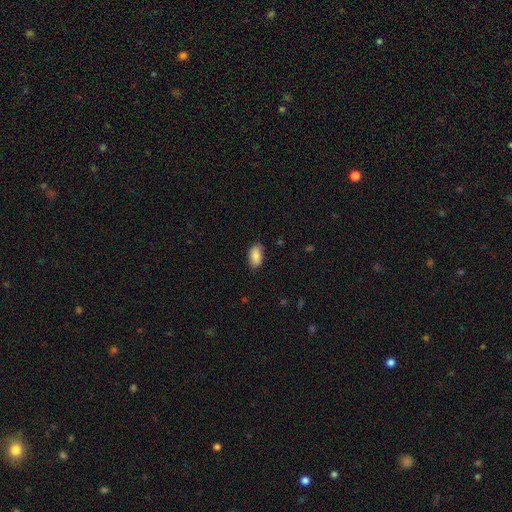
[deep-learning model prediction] Smooth or featured?
  - smooth: 85% *
  - featured or disk: 8%
  - star or artifact: 7%
How rounded?
  - in between: 93% *
  - round: 5%
  - cigar-shaped: 2%
Merging?
  - none: 83% *
  - minor disturbance: 14%
  - major disturbance: 2%
  - merger: 1%